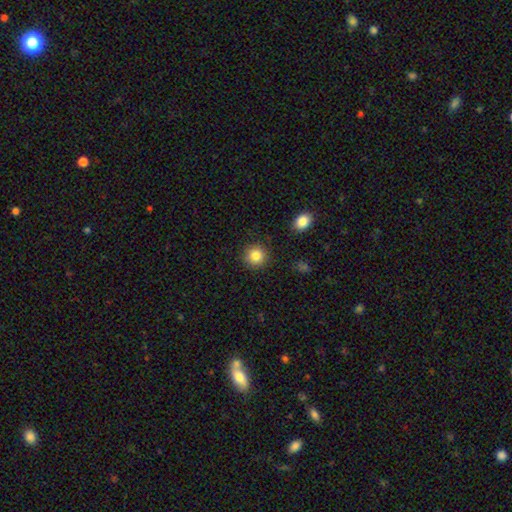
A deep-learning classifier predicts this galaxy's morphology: Q: Smooth or featured?
A: smooth (84%); runner-up: star or artifact (10%)
Q: How rounded?
A: round (93%); runner-up: in between (6%)
Q: Merging?
A: none (90%); runner-up: minor disturbance (6%)